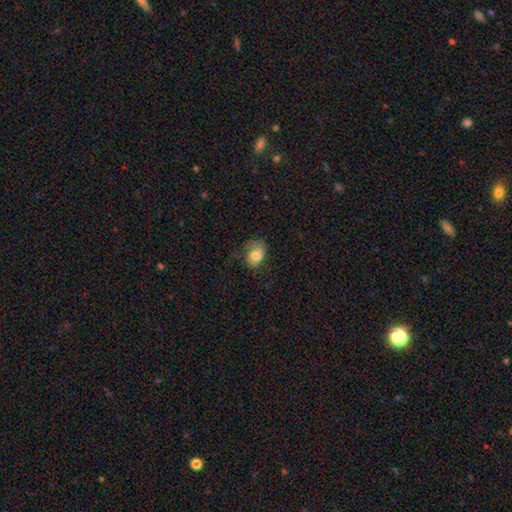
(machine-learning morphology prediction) Smooth or featured? Predicted: smooth (p=0.76). How rounded? Predicted: in between (p=0.72). Merging? Predicted: none (p=0.47).